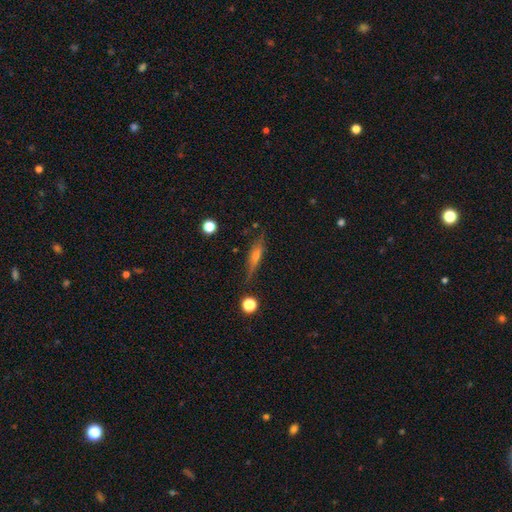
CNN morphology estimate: Overall: featured or disk (57%; smooth 33%). Edge-on disk: yes (90%). Edge-on bulge: rounded (76%). Merging: none (80%).